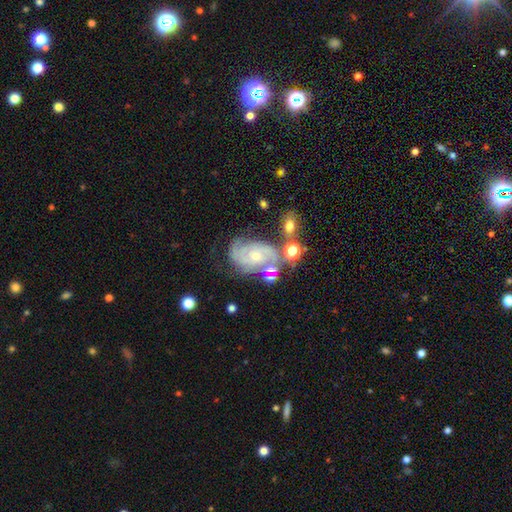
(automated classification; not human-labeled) The model was most divided on "spiral arm count": 2: 29%, 3: 27%, can't tell: 26%, 4: 9%, 1: 5%, more than 4: 5%. More confident: edge-on disk — no (97%); spiral arms — yes (94%); smooth or featured — featured or disk (82%); bar — no (74%); bulge size — small (62%); spiral winding — tight (56%); merging — none (51%).